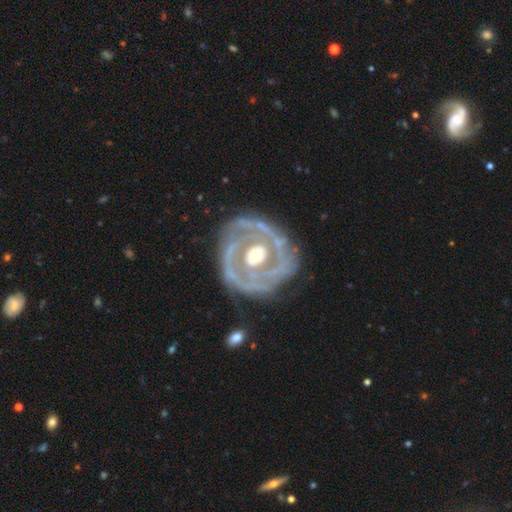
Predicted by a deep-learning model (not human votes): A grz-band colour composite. It shows a featured or disk galaxy (87%) with no bar (72%), 2 (38%) tight (71%) spiral arms (82%) and a moderate central bulge (71%). Merging: none (71%).